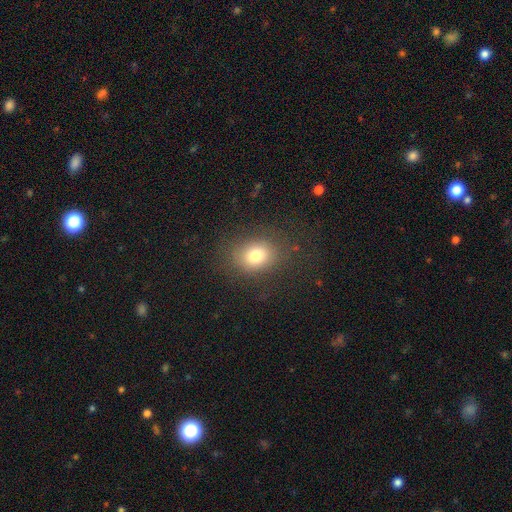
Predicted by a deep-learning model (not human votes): The model was most divided on "how rounded": round: 50%, in between: 49%, cigar-shaped: 1%. More confident: merging — none (81%); smooth or featured — smooth (77%).